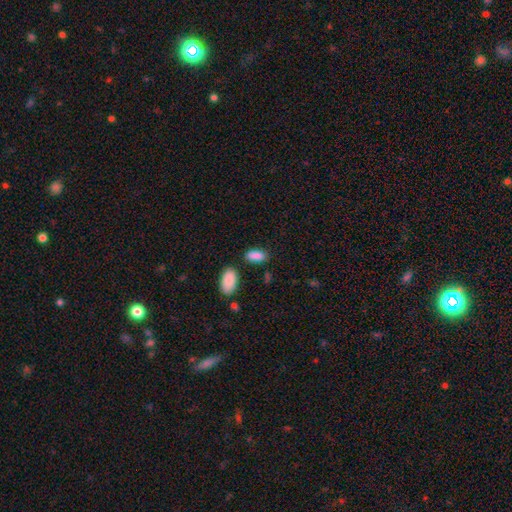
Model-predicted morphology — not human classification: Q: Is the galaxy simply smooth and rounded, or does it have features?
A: smooth — 88%.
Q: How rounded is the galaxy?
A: in between — 89%.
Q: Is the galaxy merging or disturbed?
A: none — 76%.